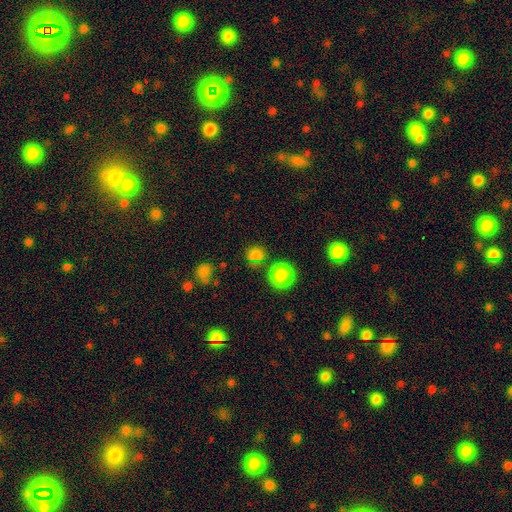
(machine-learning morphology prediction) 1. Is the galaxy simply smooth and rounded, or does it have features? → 77% smooth, 18% star or artifact, 5% featured or disk.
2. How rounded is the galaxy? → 89% round, 10% in between, 1% cigar-shaped.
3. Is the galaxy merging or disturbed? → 78% none, 10% minor disturbance, 8% merger, 4% major disturbance.